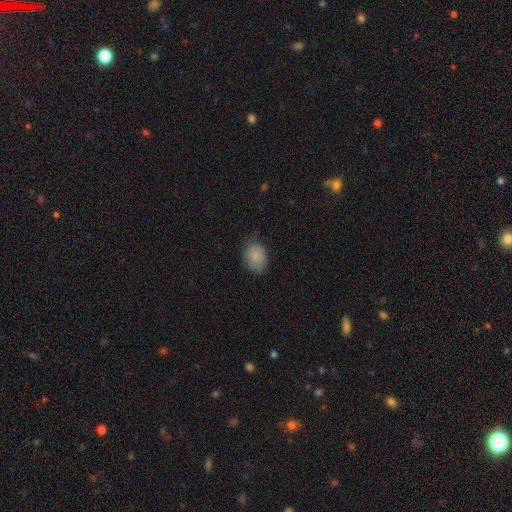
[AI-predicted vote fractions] Q: Smooth or featured?
A: smooth (84%); runner-up: featured or disk (8%)
Q: How rounded?
A: in between (72%); runner-up: round (26%)
Q: Merging?
A: none (65%); runner-up: minor disturbance (28%)